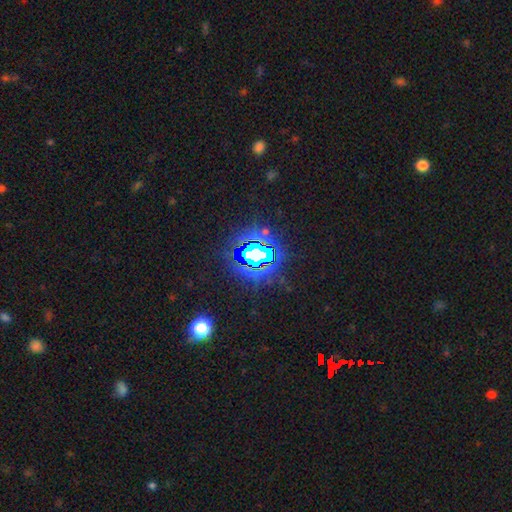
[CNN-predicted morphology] star or artifact 76%, smooth 13%, featured or disk 12%.